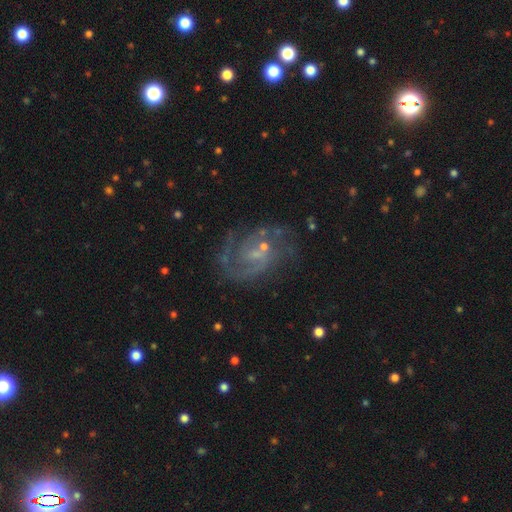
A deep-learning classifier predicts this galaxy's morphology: smooth-or-featured: featured or disk: 85% | star or artifact: 8% | smooth: 8%
  disk-edge-on: no: 98% | yes: 2%
    bar: weak: 48% | no: 42% | strong: 9%
    has-spiral-arms: yes: 94% | no: 6%
      spiral-winding: medium: 51% | tight: 28% | loose: 21%
      spiral-arm-count: 2: 59% | can't tell: 15% | 1: 10% | 3: 10% | 4: 4% | more than 4: 3%
    bulge-size: small: 64% | moderate: 17% | none: 16% | large: 1% | dominant: 1%
  merging: none: 63% | minor disturbance: 17% | major disturbance: 15% | merger: 5%